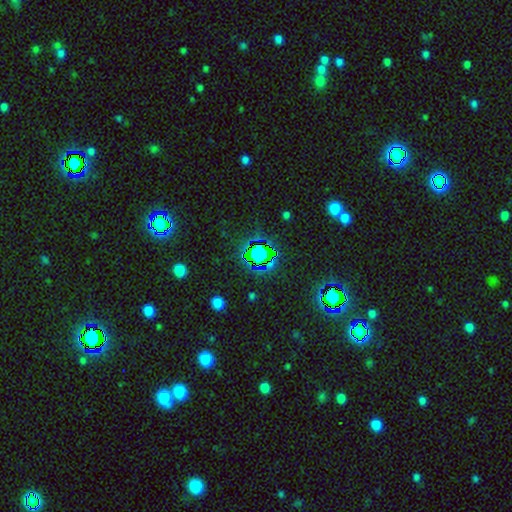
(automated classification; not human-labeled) smooth-or-featured: star or artifact: 71% | smooth: 18% | featured or disk: 11%